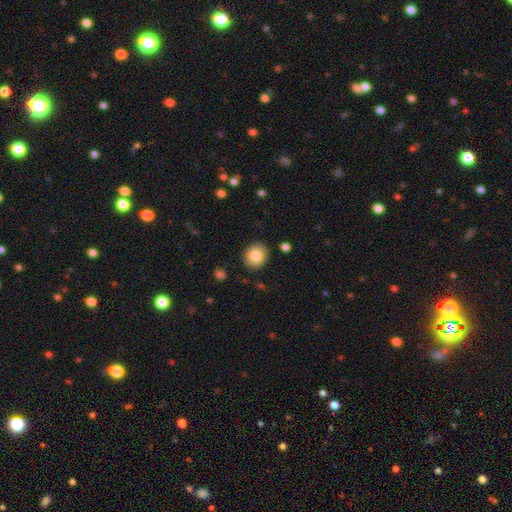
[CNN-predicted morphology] smooth-or-featured: smooth: 82% | featured or disk: 9% | star or artifact: 9%
  how-rounded: round: 79% | in between: 20% | cigar-shaped: 1%
  merging: none: 90% | minor disturbance: 7% | major disturbance: 2% | merger: 1%